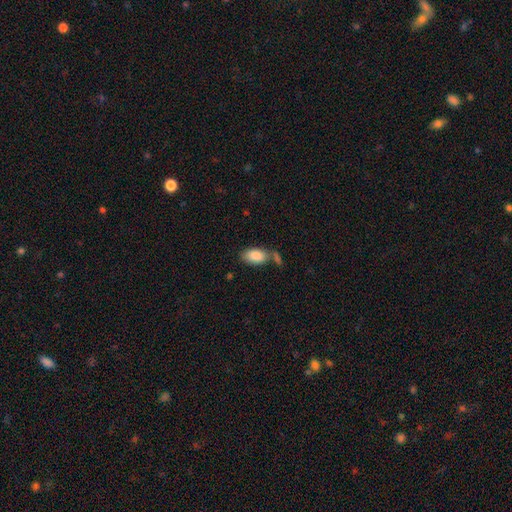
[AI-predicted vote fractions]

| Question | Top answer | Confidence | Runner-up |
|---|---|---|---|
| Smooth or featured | smooth | 86% | featured or disk (7%) |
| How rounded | in between | 94% | round (4%) |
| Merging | none | 56% | merger (21%) |